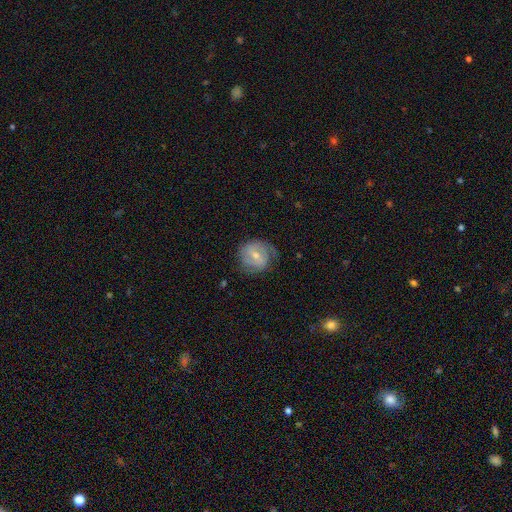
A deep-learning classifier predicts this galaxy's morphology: featured or disk 63%, smooth 31%, star or artifact 6%. Down the decision tree: edge-on disk — no (97%); bar — weak (53%); spiral arms — yes (81%); bulge size — small (49%); merging — none (64%).